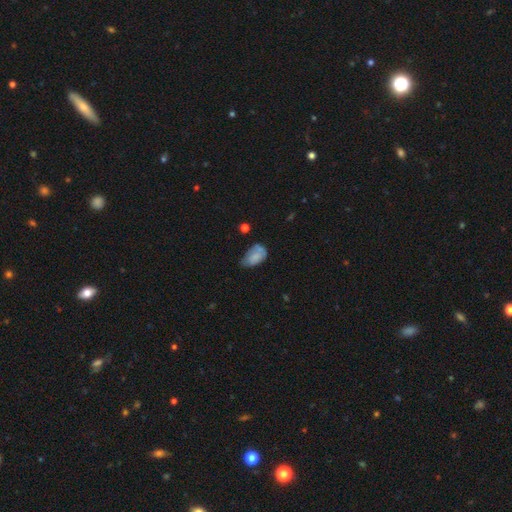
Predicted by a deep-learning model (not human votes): Smooth or featured: smooth — 72% (featured or disk — 19%)
How rounded: in between — 91% (round — 7%)
Merging: minor disturbance — 43% (none — 35%)